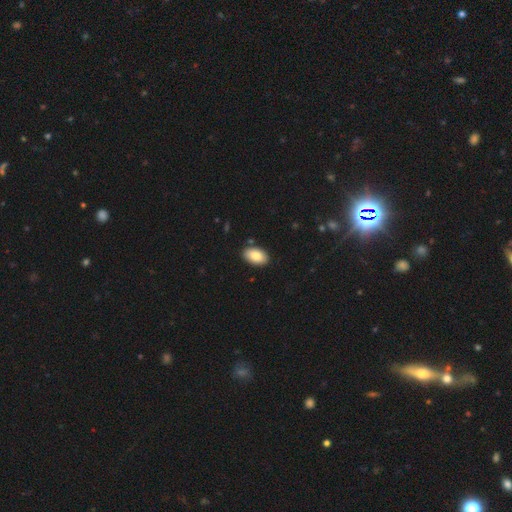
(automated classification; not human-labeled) Overall: smooth (86%). How rounded: in between (94%). Merging: none (87%).